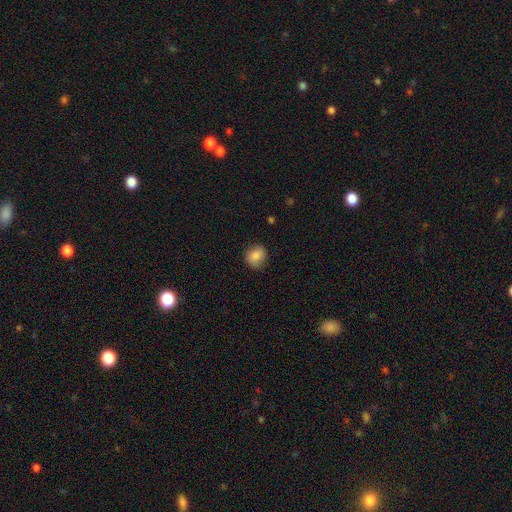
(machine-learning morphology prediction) Smooth or featured? Predicted: smooth (p=0.83). How rounded? Predicted: round (p=0.82). Merging? Predicted: none (p=0.81).